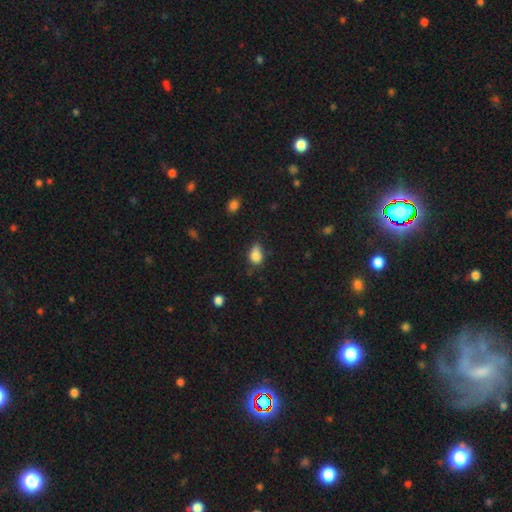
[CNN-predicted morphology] smooth 83%, star or artifact 10%, featured or disk 7%. Down the decision tree: how rounded — in between (71%); merging — none (45%).